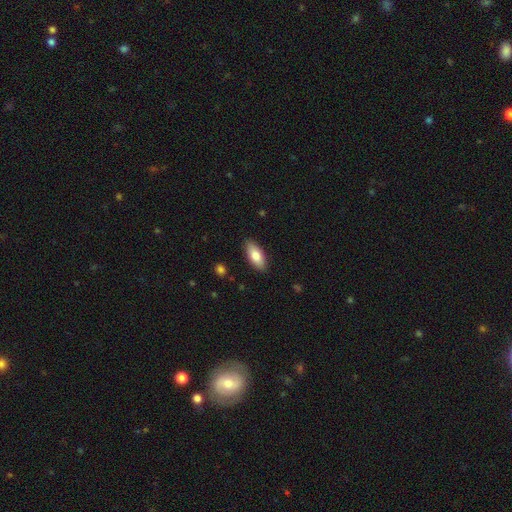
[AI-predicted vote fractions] A smooth galaxy with no disk features (78%) that is in between round and cigar-shaped (82%). Merging: none (89%).